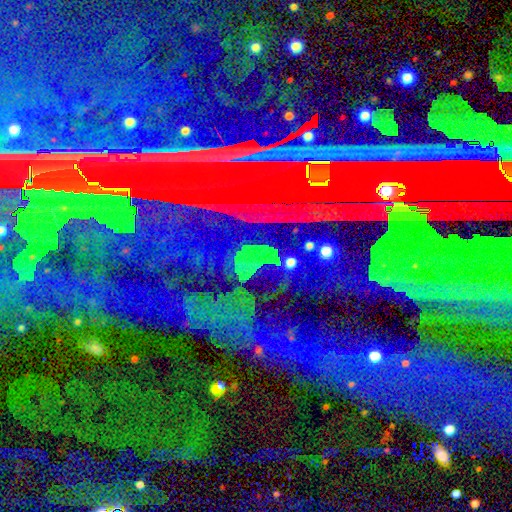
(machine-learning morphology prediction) smooth-or-featured: star or artifact: 80% | featured or disk: 11% | smooth: 9%